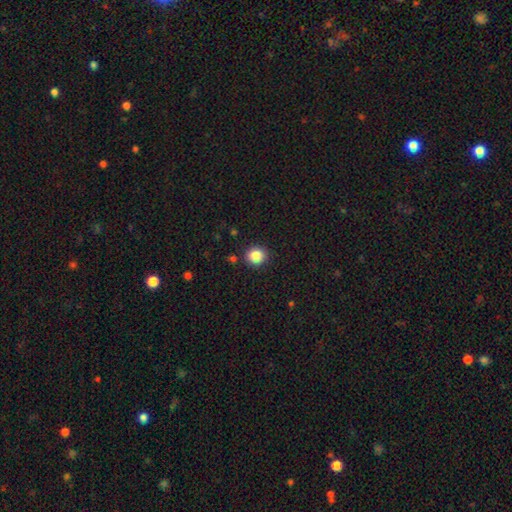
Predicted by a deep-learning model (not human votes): Smooth or featured? Predicted: smooth (p=0.86). How rounded? Predicted: round (p=0.87). Merging? Predicted: none (p=0.88).